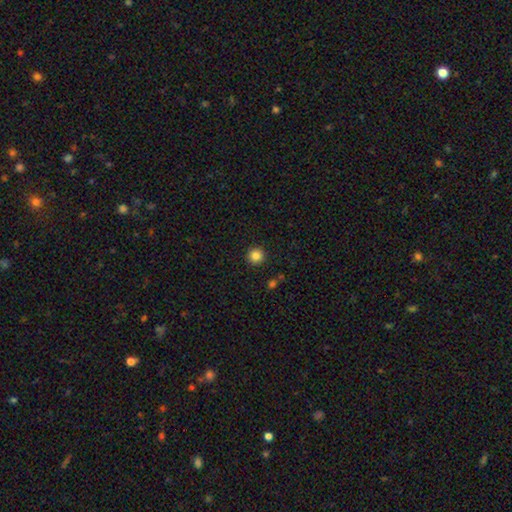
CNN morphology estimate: Smooth or featured? smooth (85%)
How rounded? round (96%)
Merging? none (93%)